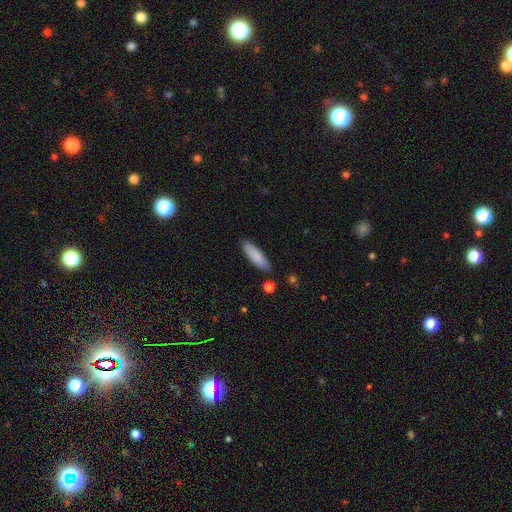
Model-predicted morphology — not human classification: smooth_or_featured: smooth (p=0.84) [alt: featured or disk p=0.10]
how_rounded: cigar-shaped (p=0.53) [alt: in between p=0.45]
merging: none (p=0.86) [alt: minor disturbance p=0.10]